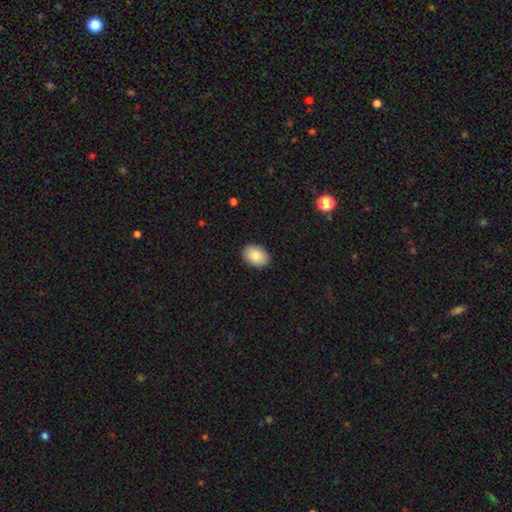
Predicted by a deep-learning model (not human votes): smooth 88%, star or artifact 7%, featured or disk 5%. Down the decision tree: how rounded — in between (83%); merging — none (90%).